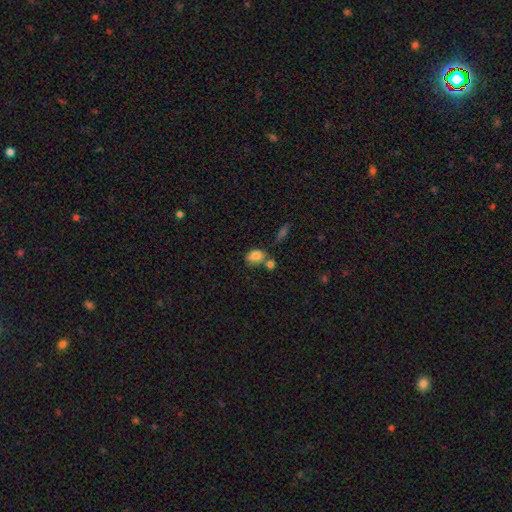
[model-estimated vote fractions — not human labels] Smooth or featured?
  - smooth: 82% *
  - star or artifact: 9%
  - featured or disk: 9%
How rounded?
  - in between: 79% *
  - round: 19%
  - cigar-shaped: 2%
Merging?
  - none: 51% *
  - merger: 27%
  - minor disturbance: 17%
  - major disturbance: 6%